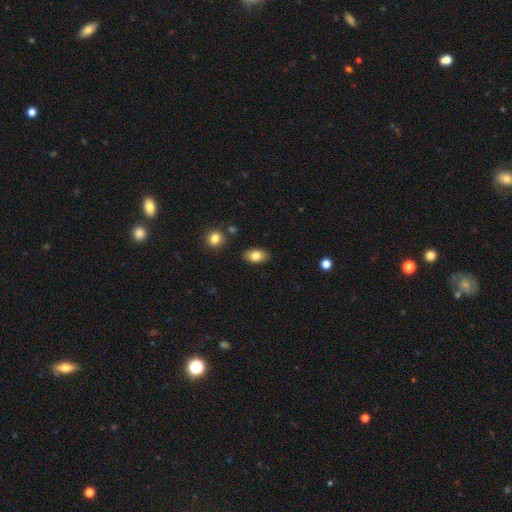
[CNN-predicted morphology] Smooth or featured?
  - smooth: 82% *
  - featured or disk: 10%
  - star or artifact: 8%
How rounded?
  - in between: 88% *
  - round: 10%
  - cigar-shaped: 2%
Merging?
  - none: 87% *
  - minor disturbance: 9%
  - major disturbance: 2%
  - merger: 2%